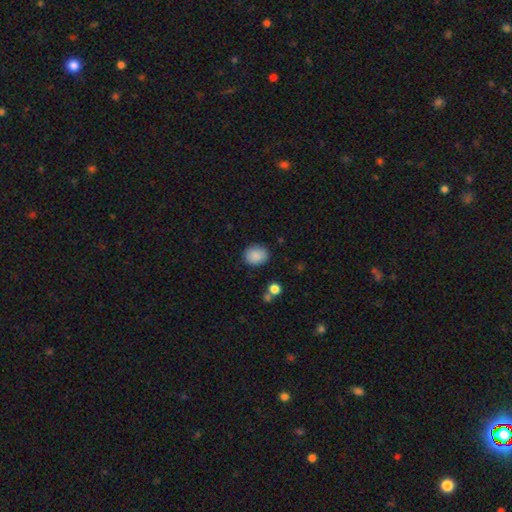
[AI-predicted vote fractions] Smooth or featured? Predicted: smooth (p=0.88). How rounded? Predicted: round (p=0.62). Merging? Predicted: none (p=0.85).